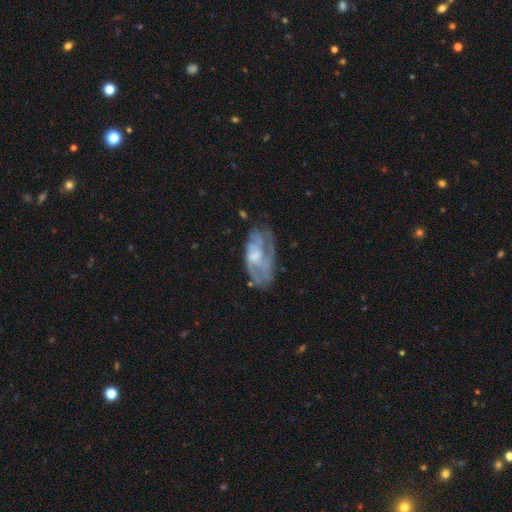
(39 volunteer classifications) Q: Smooth or featured?
A: featured or disk (67%); runner-up: smooth (26%)
Q: Edge-on disk?
A: no (100%)
Q: Bar?
A: no (65%); runner-up: weak (31%)
Q: Spiral arms?
A: yes (77%); runner-up: no (23%)
Q: Spiral winding?
A: medium (45%); runner-up: tight (30%)
Q: Spiral arm count?
A: 3 (45%); runner-up: can't tell (35%)
Q: Bulge size?
A: moderate (50%); runner-up: small (27%)
Q: Merging?
A: none (44%); runner-up: minor disturbance (33%)